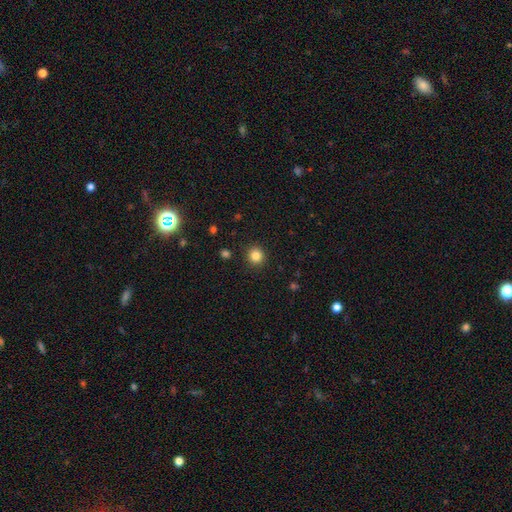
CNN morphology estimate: Smooth or featured? Predicted: smooth (p=0.84). How rounded? Predicted: round (p=0.92). Merging? Predicted: none (p=0.92).